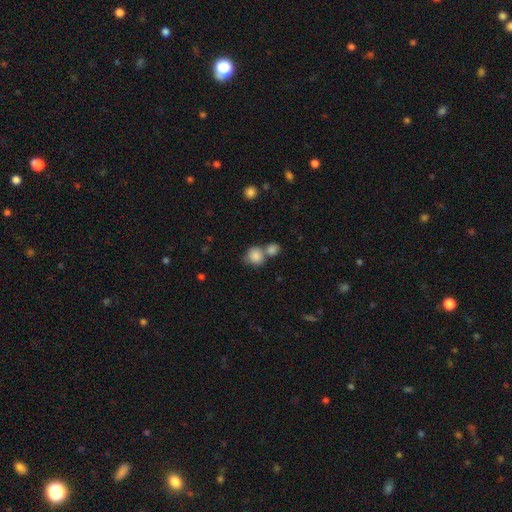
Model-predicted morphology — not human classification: smooth_or_featured: smooth (p=0.86) [alt: star or artifact p=0.08]
how_rounded: round (p=0.83) [alt: in between p=0.16]
merging: none (p=0.44) [alt: merger p=0.42]